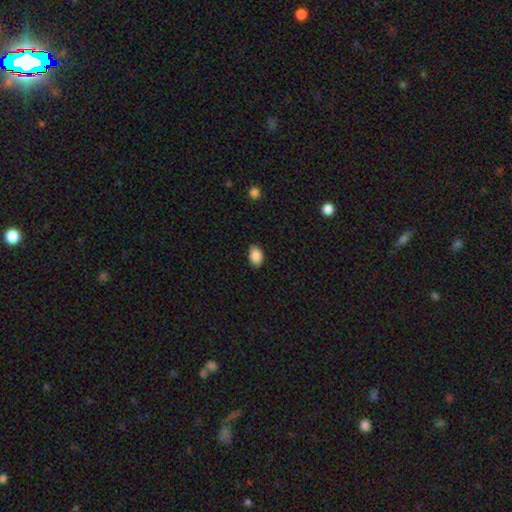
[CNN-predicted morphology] Smooth or featured: smooth — 88% (star or artifact — 8%)
How rounded: in between — 84% (round — 14%)
Merging: none — 87% (minor disturbance — 10%)